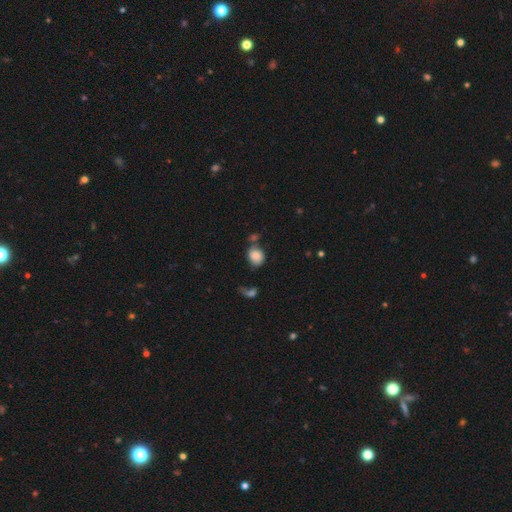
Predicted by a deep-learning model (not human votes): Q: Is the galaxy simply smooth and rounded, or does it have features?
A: smooth — 81%.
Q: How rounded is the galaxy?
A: round — 59%.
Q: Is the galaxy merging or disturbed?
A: none — 52%.